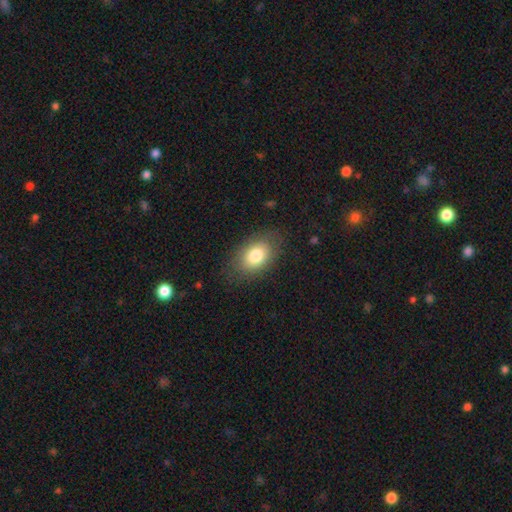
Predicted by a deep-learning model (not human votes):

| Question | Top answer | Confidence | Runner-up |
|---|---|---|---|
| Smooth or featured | smooth | 79% | featured or disk (13%) |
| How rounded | in between | 84% | round (15%) |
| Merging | none | 80% | minor disturbance (14%) |